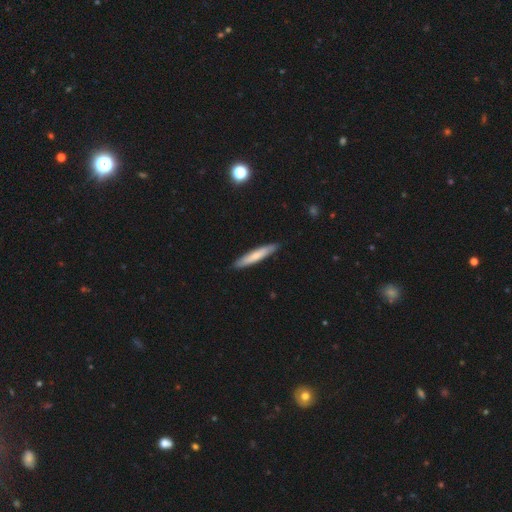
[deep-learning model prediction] This appears to be a smooth galaxy with no disk features (69%) that is cigar-shaped (91%). Merging: none (88%).